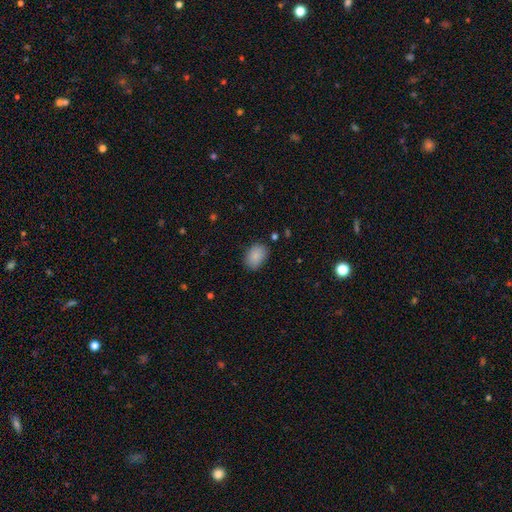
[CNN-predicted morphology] The model was most divided on "how rounded": in between: 80%, round: 19%, cigar-shaped: 1%. More confident: smooth or featured — smooth (87%); merging — none (80%).